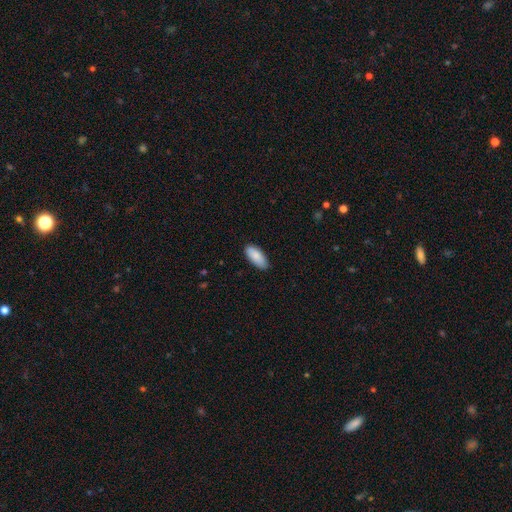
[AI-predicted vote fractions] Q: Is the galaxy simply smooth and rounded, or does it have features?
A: smooth — 88%.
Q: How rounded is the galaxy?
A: in between — 87%.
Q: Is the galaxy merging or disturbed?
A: none — 87%.